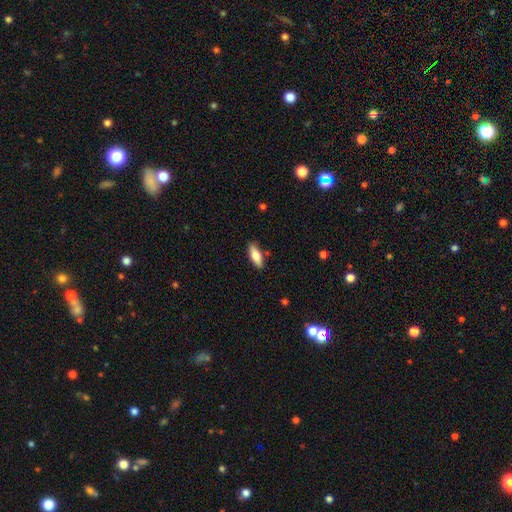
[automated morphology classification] Overall: smooth (78%). How rounded: in between (71%). Merging: none (83%).